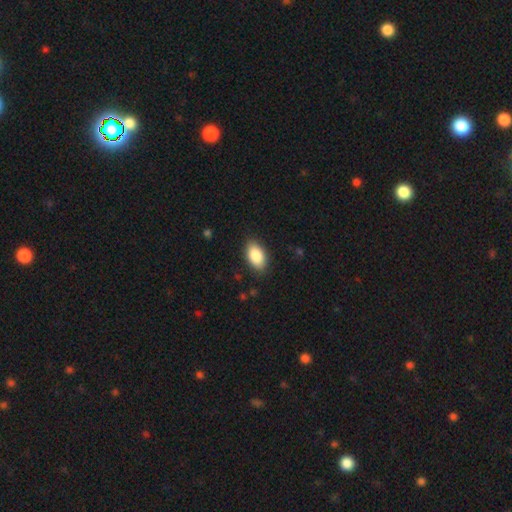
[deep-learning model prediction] Smooth or featured? Predicted: smooth (p=0.87). How rounded? Predicted: in between (p=0.93). Merging? Predicted: none (p=0.86).